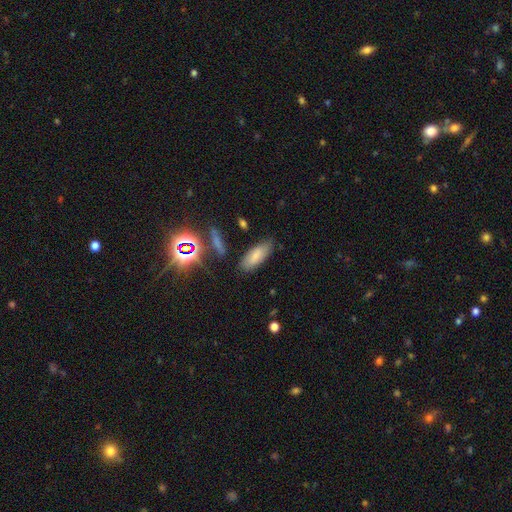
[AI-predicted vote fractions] A smooth galaxy with no disk features (79%) that is in between round and cigar-shaped (77%). Merging: none (79%).